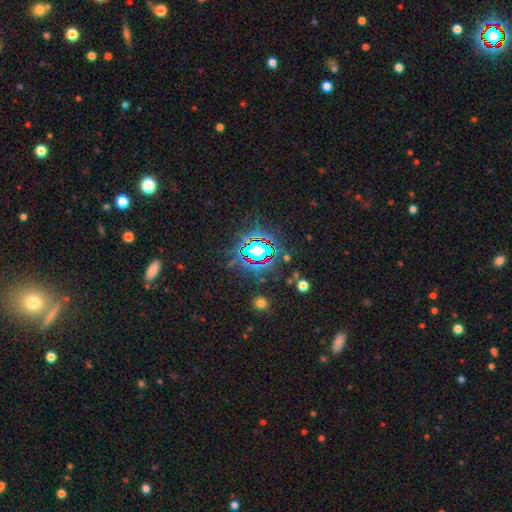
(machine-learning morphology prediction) Smooth or featured? Predicted: star or artifact (p=0.70).